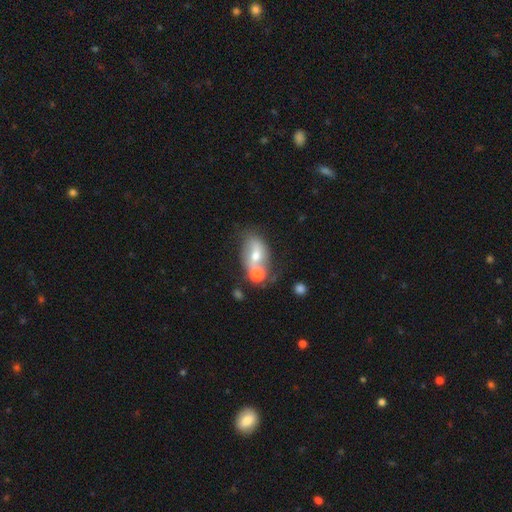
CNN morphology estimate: smooth-or-featured: smooth: 51% | featured or disk: 39% | star or artifact: 10%
  how-rounded: in between: 77% | round: 20% | cigar-shaped: 3%
  merging: merger: 41% | none: 35% | minor disturbance: 16% | major disturbance: 8%